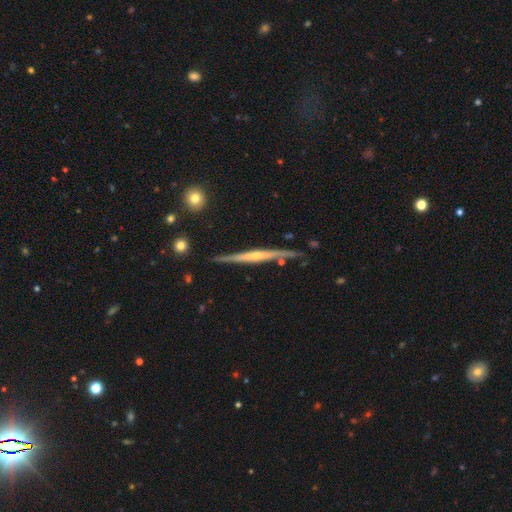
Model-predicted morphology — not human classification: Smooth or featured?
  - featured or disk: 79% *
  - smooth: 14%
  - star or artifact: 7%
Edge-on disk?
  - yes: 97% *
  - no: 3%
Edge-on bulge?
  - rounded: 63% *
  - none: 29%
  - boxy: 9%
Merging?
  - none: 82% *
  - minor disturbance: 13%
  - major disturbance: 3%
  - merger: 3%